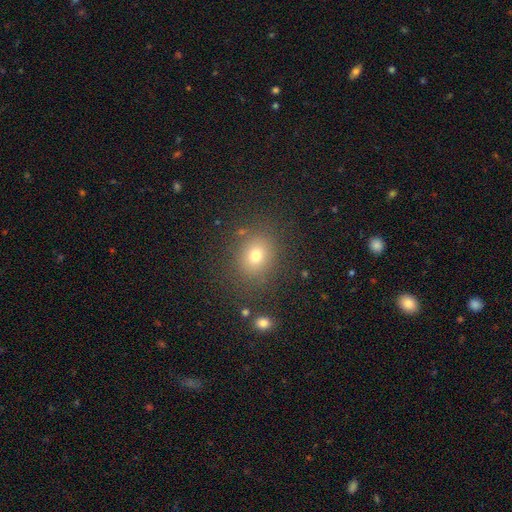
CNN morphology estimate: smooth_or_featured: smooth (p=0.74) [alt: star or artifact p=0.16]
how_rounded: round (p=0.65) [alt: in between p=0.34]
merging: none (p=0.83) [alt: minor disturbance p=0.10]